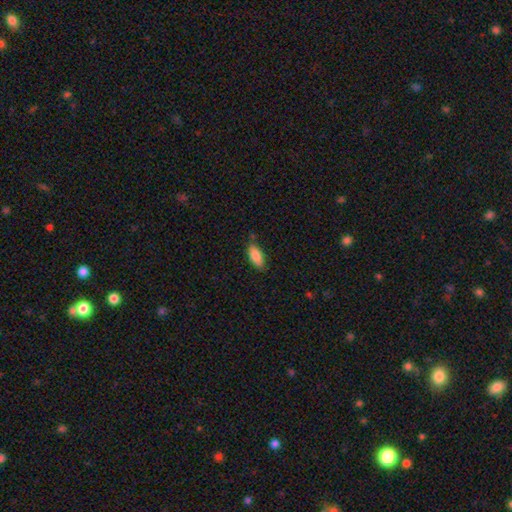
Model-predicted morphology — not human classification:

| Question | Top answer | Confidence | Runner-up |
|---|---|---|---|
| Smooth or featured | smooth | 86% | featured or disk (7%) |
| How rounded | in between | 85% | cigar-shaped (13%) |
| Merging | none | 75% | minor disturbance (19%) |